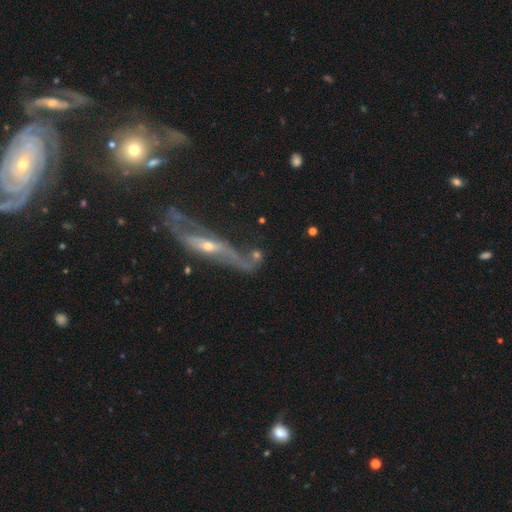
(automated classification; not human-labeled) This is likely a featured or disk galaxy (64%). It is likely not viewed edge-on (70%). Merging: marginally none (39%).